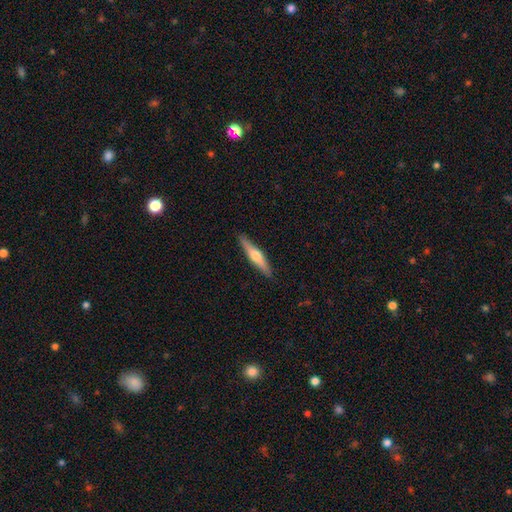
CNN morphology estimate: This appears to be a featured or disk galaxy (56%) viewed edge-on (96%) with a rounded central bulge (90%). Merging: none (90%).